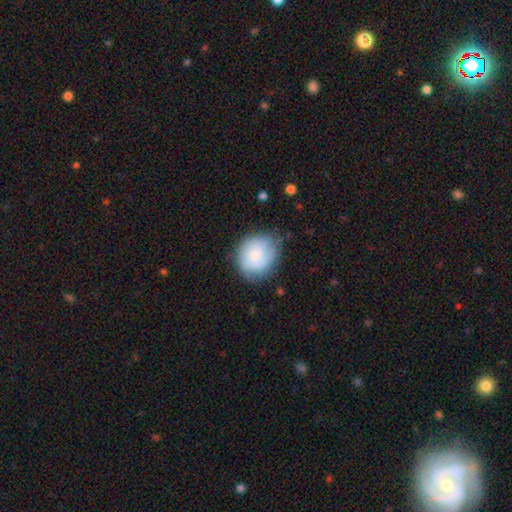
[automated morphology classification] A smooth galaxy with no disk features (64%) that is round (70%).

Vote fractions:
- Smooth or featured? smooth: 64% / featured or disk: 28% / star or artifact: 7%
- How rounded? round: 70% / in between: 29% / cigar-shaped: 1%
- Merging? none: 62% / minor disturbance: 27% / major disturbance: 8% / merger: 2%